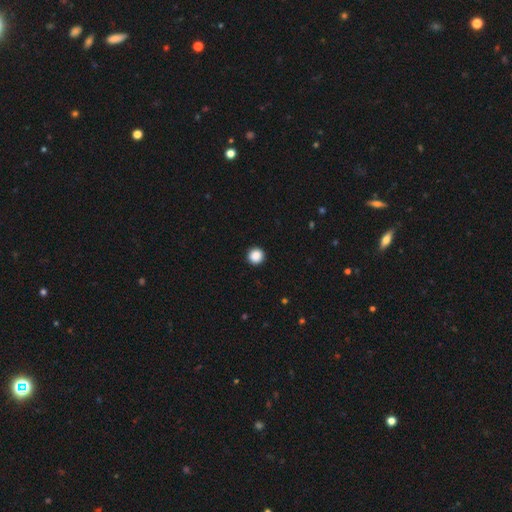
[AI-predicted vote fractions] Overall: smooth (89%). How rounded: round (96%). Merging: none (94%).